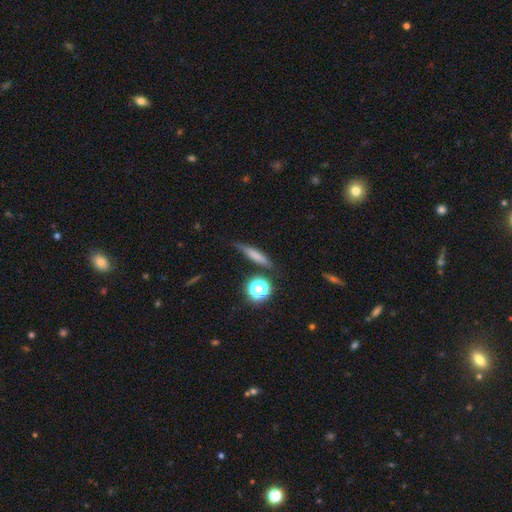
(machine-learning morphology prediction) smooth 64%, featured or disk 24%, star or artifact 12%. Down the decision tree: how rounded — cigar-shaped (77%); merging — none (75%).